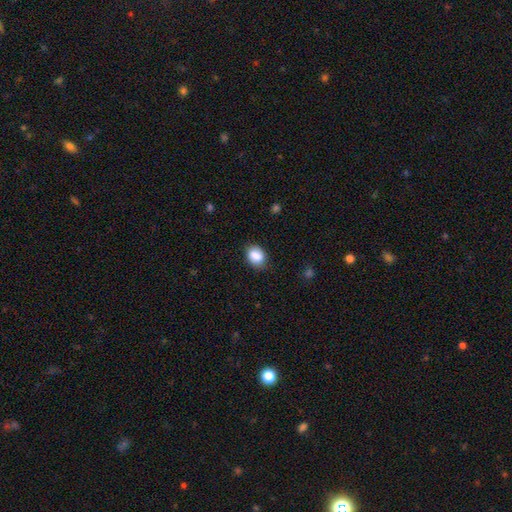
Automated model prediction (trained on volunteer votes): The model was most divided on "how rounded": in between: 69%, round: 30%, cigar-shaped: 1%. More confident: smooth or featured — smooth (87%); merging — none (79%).